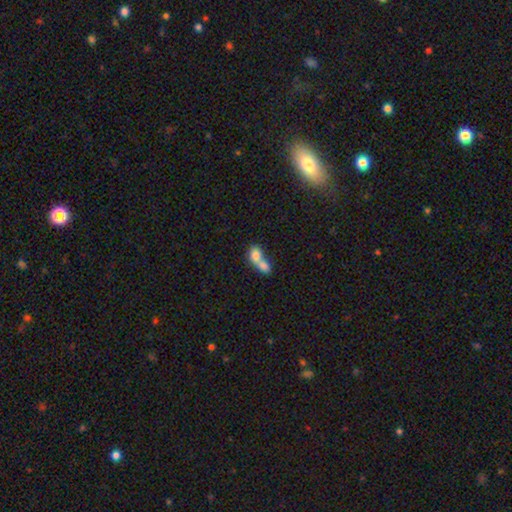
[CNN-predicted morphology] A smooth galaxy with no disk features (75%) that is in between round and cigar-shaped (63%).

Vote fractions:
- Smooth or featured? smooth: 75% / featured or disk: 16% / star or artifact: 8%
- How rounded? in between: 63% / round: 34% / cigar-shaped: 3%
- Merging? merger: 79% / none: 13% / minor disturbance: 4% / major disturbance: 3%